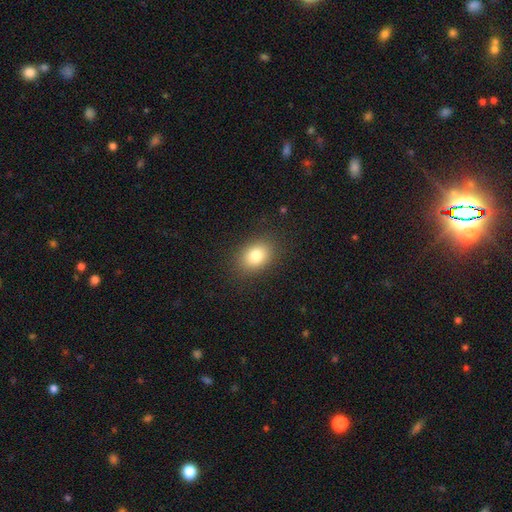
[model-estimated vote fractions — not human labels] Q: Smooth or featured?
A: smooth (81%); runner-up: star or artifact (10%)
Q: How rounded?
A: in between (69%); runner-up: round (30%)
Q: Merging?
A: none (87%); runner-up: minor disturbance (9%)